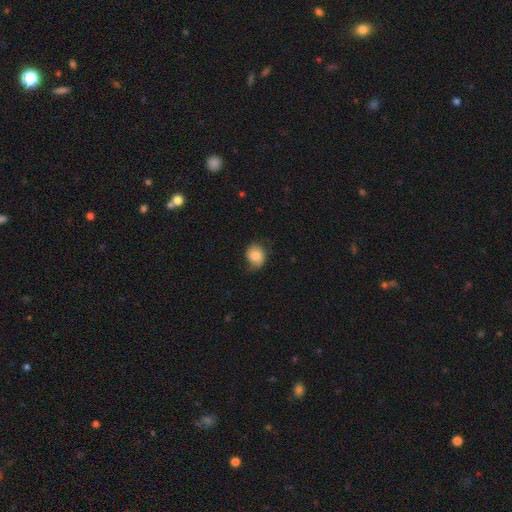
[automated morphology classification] This appears to be a smooth galaxy with no disk features (71%) that is round (59%). Merging: none (61%).